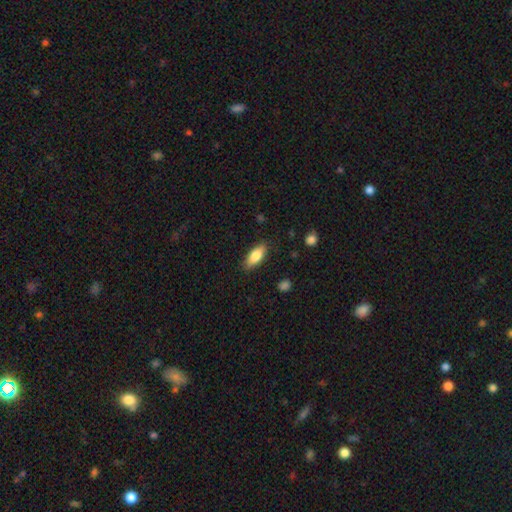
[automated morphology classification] smooth-or-featured: smooth: 80% | featured or disk: 13% | star or artifact: 6%
  how-rounded: in between: 77% | cigar-shaped: 21% | round: 2%
  merging: none: 85% | minor disturbance: 11% | major disturbance: 3% | merger: 1%